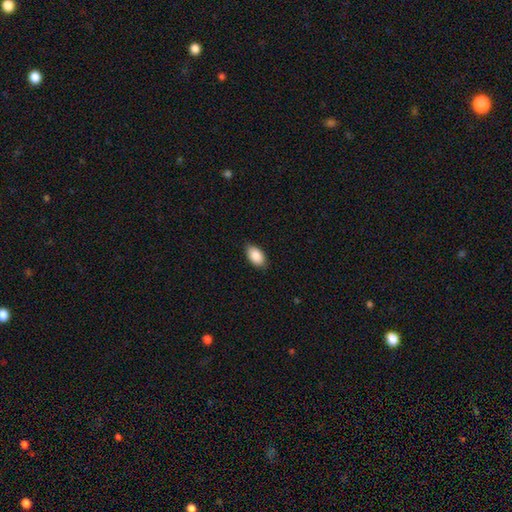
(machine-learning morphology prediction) Smooth or featured?
  - smooth: 89% *
  - star or artifact: 6%
  - featured or disk: 4%
How rounded?
  - in between: 94% *
  - round: 4%
  - cigar-shaped: 2%
Merging?
  - none: 86% *
  - minor disturbance: 11%
  - major disturbance: 2%
  - merger: 1%